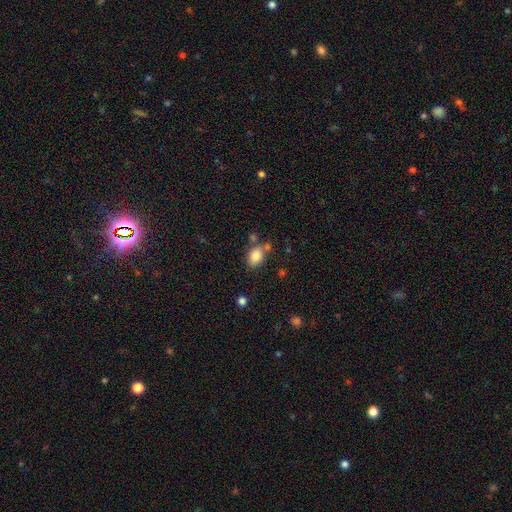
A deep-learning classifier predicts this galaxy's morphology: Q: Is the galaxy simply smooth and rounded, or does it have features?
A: smooth — 84%.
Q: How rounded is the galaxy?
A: in between — 75%.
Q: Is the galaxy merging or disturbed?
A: none — 64%.